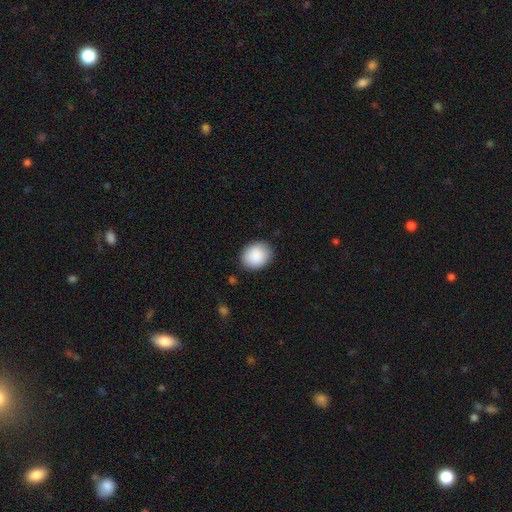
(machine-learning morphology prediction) Overall: smooth (89%). How rounded: round (55%; in between 44%). Merging: none (86%).